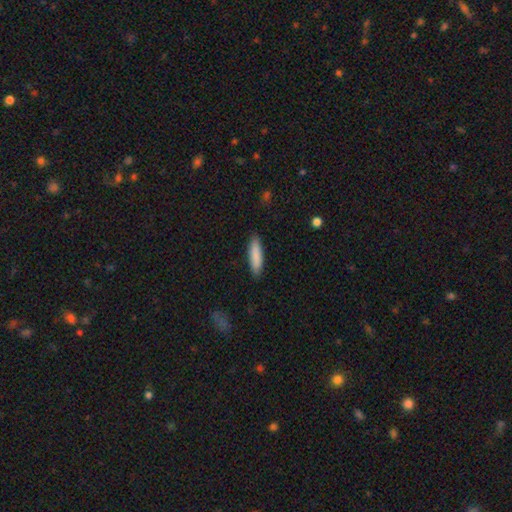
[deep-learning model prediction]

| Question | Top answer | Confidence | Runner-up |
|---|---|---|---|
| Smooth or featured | smooth | 87% | featured or disk (7%) |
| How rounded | cigar-shaped | 74% | in between (25%) |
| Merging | none | 89% | minor disturbance (8%) |